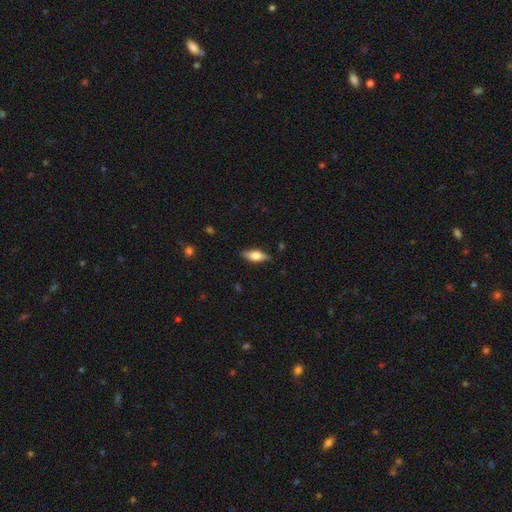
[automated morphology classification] Overall: smooth (57%; featured or disk 36%). How rounded: in between (69%). Merging: none (84%).